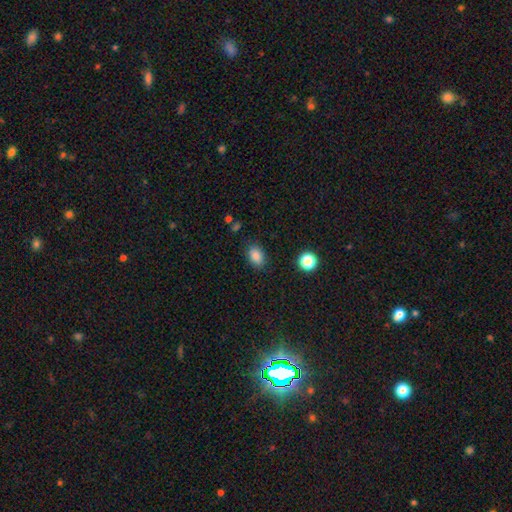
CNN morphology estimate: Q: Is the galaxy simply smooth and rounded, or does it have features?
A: smooth — 85%.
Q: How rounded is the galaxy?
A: in between — 80%.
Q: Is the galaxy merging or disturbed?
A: none — 84%.